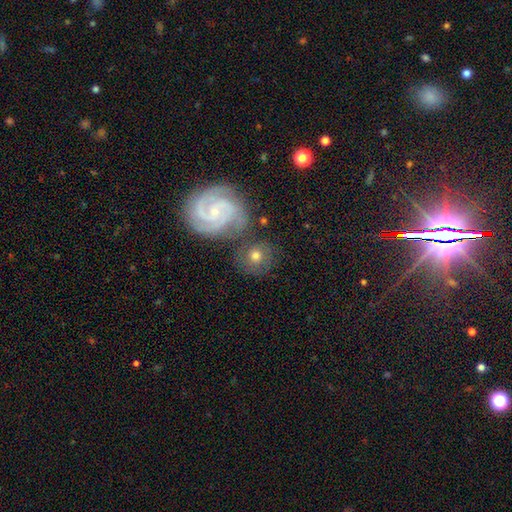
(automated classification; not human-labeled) Smooth or featured? Predicted: featured or disk (p=0.48). Merging? Predicted: none (p=0.69).